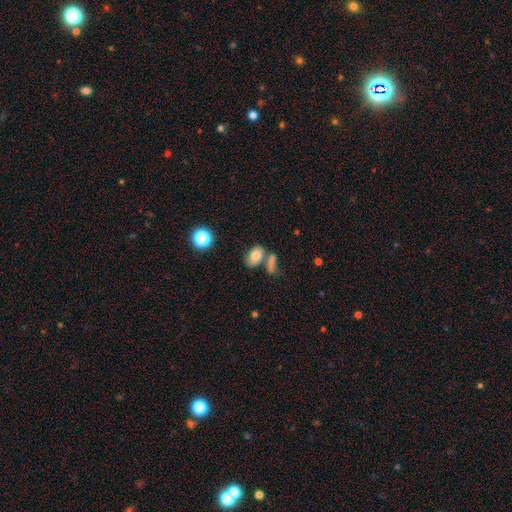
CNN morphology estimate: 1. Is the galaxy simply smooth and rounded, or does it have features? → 80% smooth, 10% star or artifact, 10% featured or disk.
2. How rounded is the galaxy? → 86% in between, 11% round, 3% cigar-shaped.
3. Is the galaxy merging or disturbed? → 53% none, 29% merger, 13% minor disturbance, 6% major disturbance.